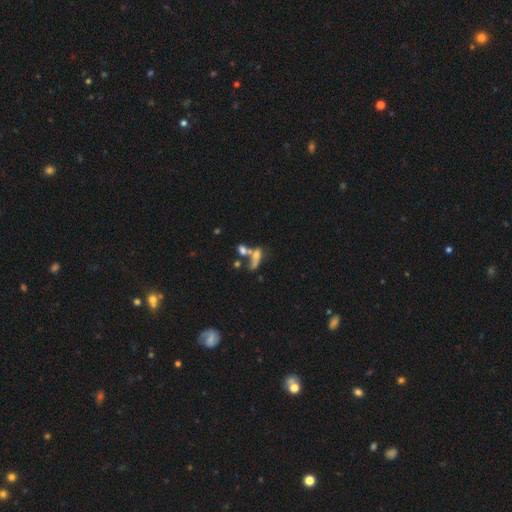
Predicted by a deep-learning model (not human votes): A smooth galaxy with no disk features (52%) that is in between round and cigar-shaped (60%).

Vote fractions:
- Smooth or featured? smooth: 52% / featured or disk: 33% / star or artifact: 15%
- How rounded? in between: 60% / cigar-shaped: 25% / round: 14%
- Merging? merger: 48% / none: 26% / major disturbance: 14% / minor disturbance: 11%